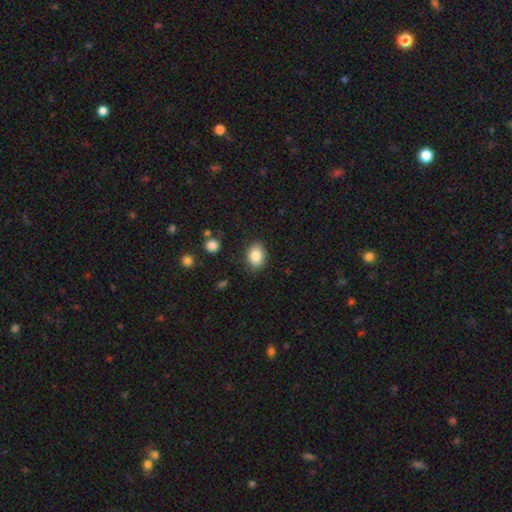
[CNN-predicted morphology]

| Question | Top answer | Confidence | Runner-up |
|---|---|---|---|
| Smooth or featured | smooth | 86% | star or artifact (8%) |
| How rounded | in between | 73% | round (26%) |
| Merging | none | 85% | minor disturbance (11%) |